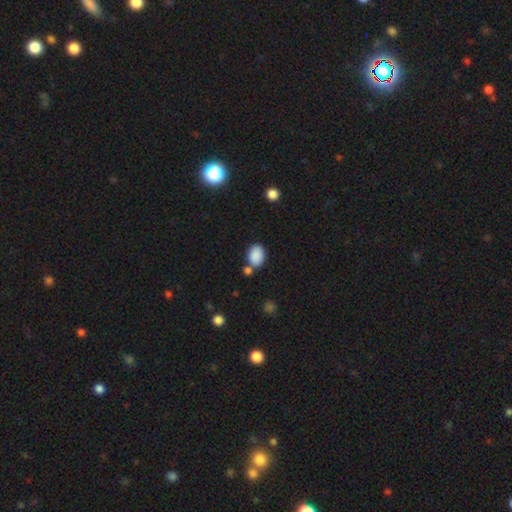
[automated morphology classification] smooth 87%, star or artifact 8%, featured or disk 4%. Down the decision tree: how rounded — in between (76%); merging — none (66%).